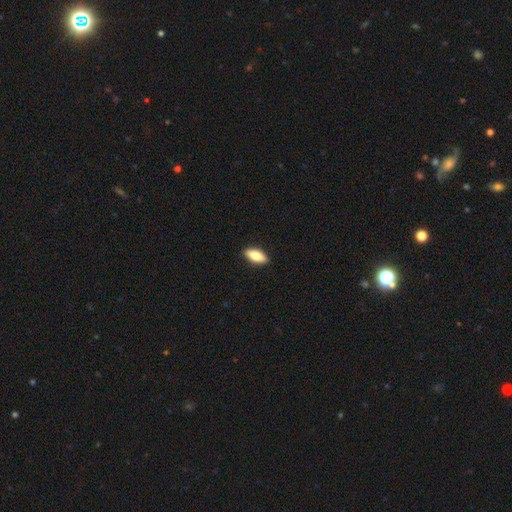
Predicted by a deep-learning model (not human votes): Morphology: type=smooth (78%); roundness=in between (76%); merging=none (89%).